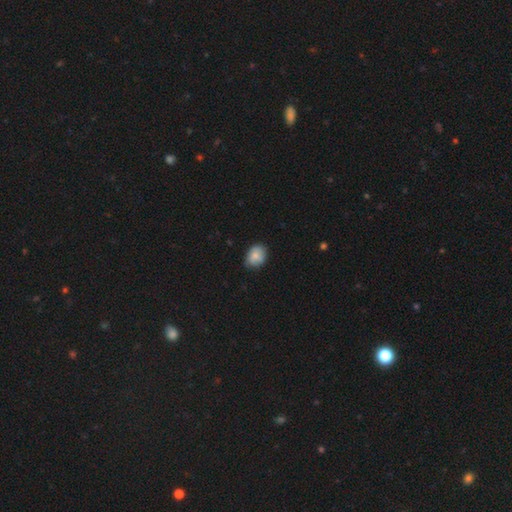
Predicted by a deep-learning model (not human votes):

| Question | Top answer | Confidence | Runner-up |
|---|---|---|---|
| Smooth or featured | smooth | 75% | featured or disk (17%) |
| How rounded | in between | 57% | round (42%) |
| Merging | none | 67% | minor disturbance (27%) |